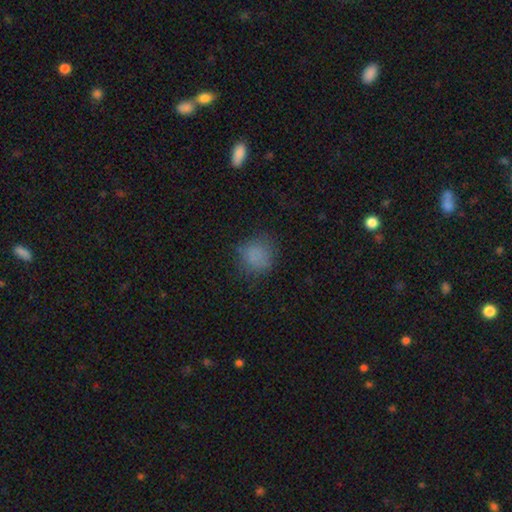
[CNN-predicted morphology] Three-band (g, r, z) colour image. It shows a smooth galaxy with no disk features (79%) that is round (84%). Merging: none (75%).